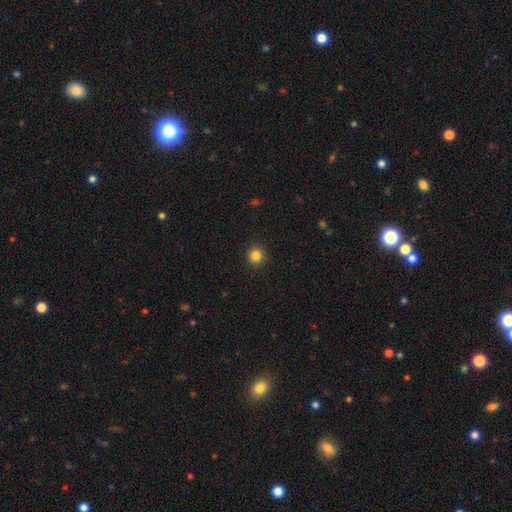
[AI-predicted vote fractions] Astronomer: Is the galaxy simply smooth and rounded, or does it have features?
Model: smooth — 84%.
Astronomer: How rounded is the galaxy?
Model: round — 93%.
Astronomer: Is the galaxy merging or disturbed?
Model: none — 92%.